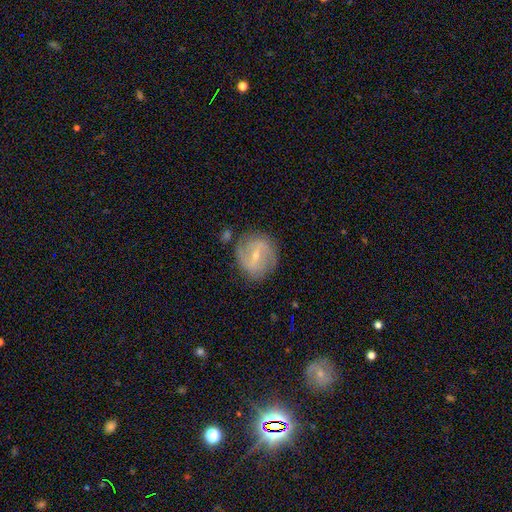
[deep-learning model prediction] Smooth or featured? Predicted: featured or disk (p=0.68). Edge-on disk? Predicted: no (p=0.96). Bar? Predicted: weak (p=0.49). Spiral arms? Predicted: yes (p=0.79). Spiral winding? Predicted: medium (p=0.44). Spiral arm count? Predicted: 2 (p=0.78). Bulge size? Predicted: small (p=0.66). Merging? Predicted: none (p=0.75).